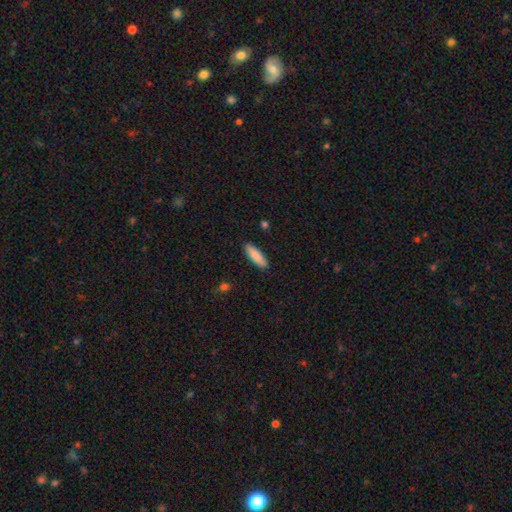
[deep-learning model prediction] Q: Smooth or featured?
A: smooth (87%); runner-up: featured or disk (7%)
Q: How rounded?
A: cigar-shaped (62%); runner-up: in between (37%)
Q: Merging?
A: none (90%); runner-up: minor disturbance (7%)